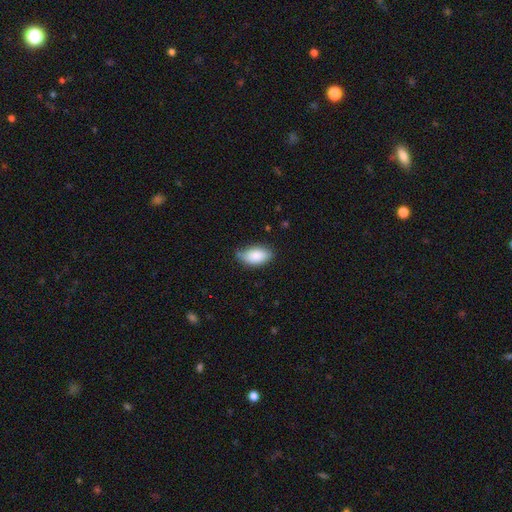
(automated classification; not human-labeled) The model was most divided on "merging": none: 64%, minor disturbance: 29%, major disturbance: 5%, merger: 2%. More confident: how rounded — in between (94%); smooth or featured — smooth (86%).